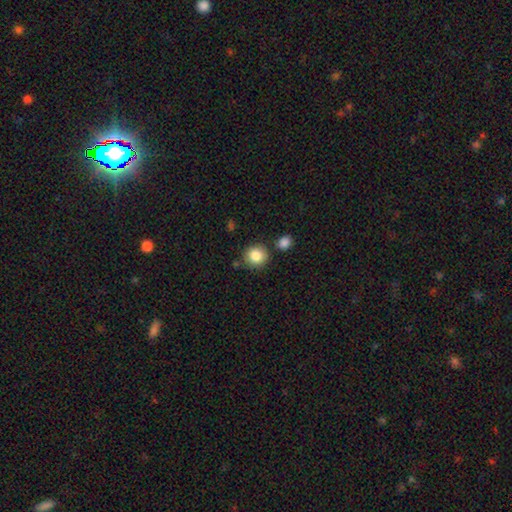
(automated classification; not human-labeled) Q: Smooth or featured?
A: smooth (86%); runner-up: star or artifact (8%)
Q: How rounded?
A: round (87%); runner-up: in between (12%)
Q: Merging?
A: none (78%); runner-up: minor disturbance (11%)